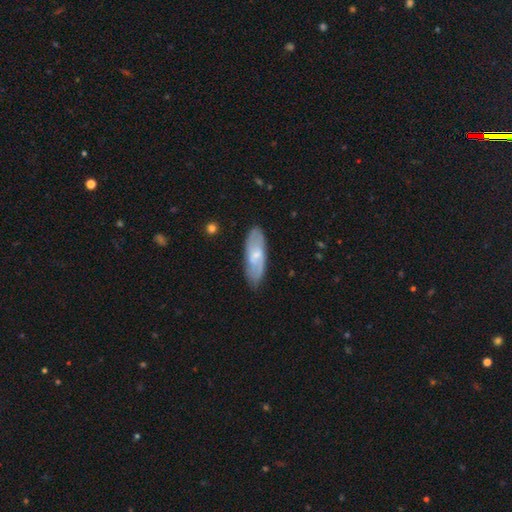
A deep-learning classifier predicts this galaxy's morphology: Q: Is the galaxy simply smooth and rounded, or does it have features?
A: featured or disk — 48%.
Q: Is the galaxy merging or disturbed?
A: none — 77%.